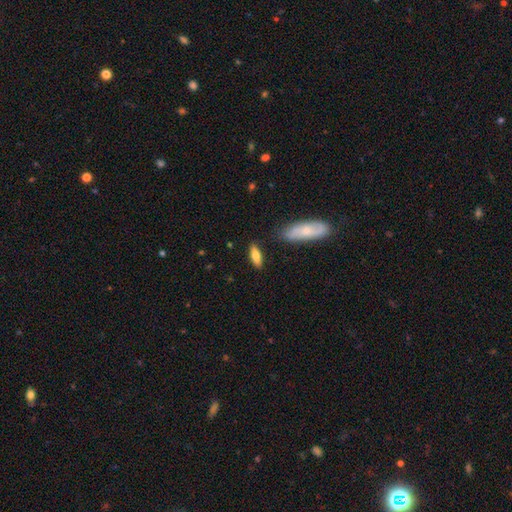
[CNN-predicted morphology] Smooth or featured? Predicted: smooth (p=0.75). How rounded? Predicted: in between (p=0.63). Merging? Predicted: none (p=0.81).